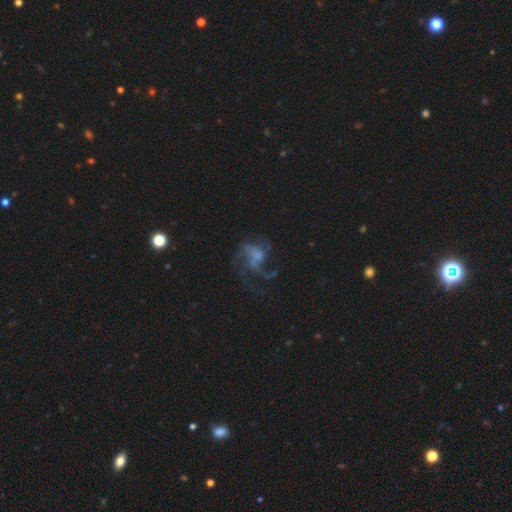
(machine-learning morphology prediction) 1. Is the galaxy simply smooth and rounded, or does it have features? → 70% featured or disk, 17% smooth, 13% star or artifact.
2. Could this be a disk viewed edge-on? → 98% no, 2% yes.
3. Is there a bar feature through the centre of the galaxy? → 67% no, 28% weak, 5% strong.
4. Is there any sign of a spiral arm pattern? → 82% yes, 18% no.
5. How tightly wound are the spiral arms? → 50% loose, 39% medium, 11% tight.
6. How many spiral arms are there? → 36% 3, 20% can't tell, 17% 4, 12% 2, 9% 1, 7% more than 4.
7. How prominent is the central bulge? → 31% moderate, 29% none, 26% small, 12% large, 2% dominant.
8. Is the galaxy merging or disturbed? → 44% none, 38% major disturbance, 15% minor disturbance, 3% merger.